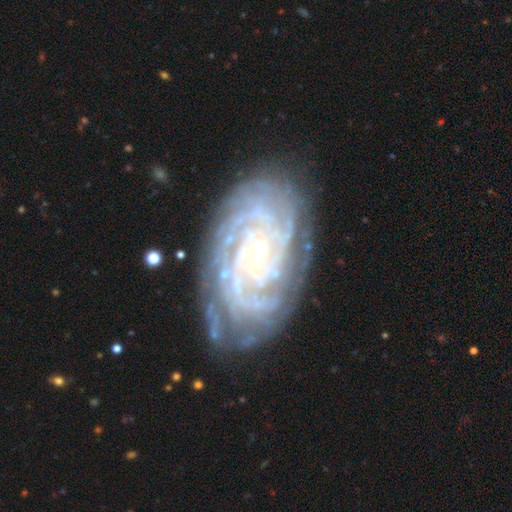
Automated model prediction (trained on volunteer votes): smooth-or-featured: featured or disk: 89% | star or artifact: 6% | smooth: 5%
  disk-edge-on: no: 96% | yes: 4%
    bar: no: 63% | weak: 26% | strong: 11%
    has-spiral-arms: yes: 98% | no: 2%
      spiral-winding: tight: 83% | medium: 15% | loose: 2%
      spiral-arm-count: 4: 24% | can't tell: 23% | more than 4: 21% | 3: 14% | 2: 12% | 1: 7%
    bulge-size: small: 75% | moderate: 19% | none: 3% | large: 2% | dominant: 1%
  merging: none: 77% | minor disturbance: 16% | major disturbance: 5% | merger: 2%